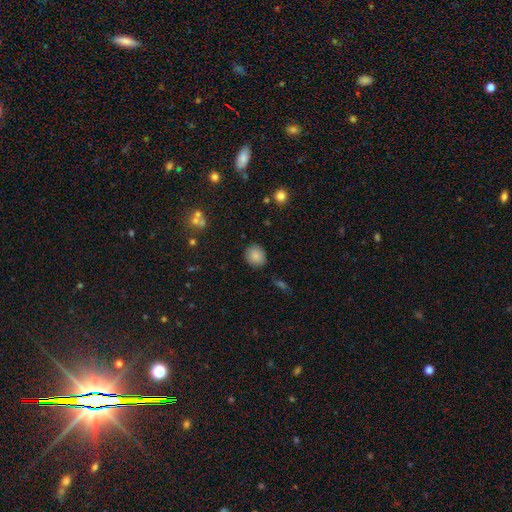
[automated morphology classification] smooth-or-featured: smooth: 83% | star or artifact: 10% | featured or disk: 7%
  how-rounded: round: 76% | in between: 23% | cigar-shaped: 1%
  merging: none: 85% | minor disturbance: 10% | major disturbance: 3% | merger: 2%